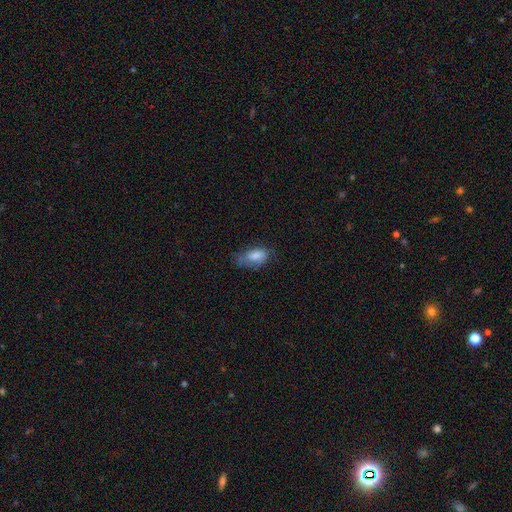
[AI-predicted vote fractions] Smooth or featured: smooth — 76% (featured or disk — 15%)
How rounded: in between — 89% (round — 7%)
Merging: none — 46% (minor disturbance — 34%)